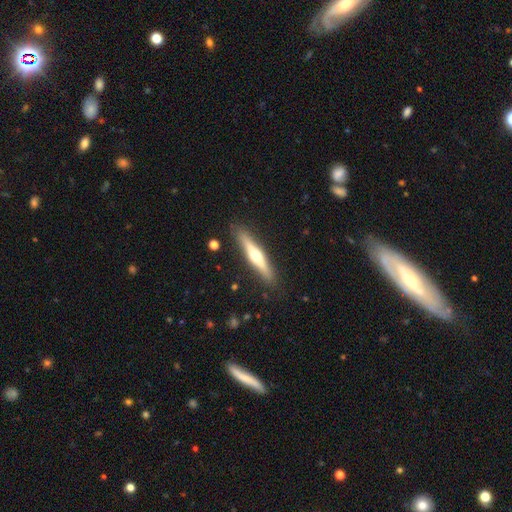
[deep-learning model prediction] A featured or disk galaxy (60%) viewed edge-on (95%) with a rounded central bulge (92%).

Vote fractions:
- Smooth or featured? featured or disk: 60% / smooth: 35% / star or artifact: 5%
- Edge-on disk? yes: 95% / no: 5%
- Edge-on bulge? rounded: 92% / none: 5% / boxy: 3%
- Merging? none: 88% / minor disturbance: 9% / major disturbance: 2% / merger: 1%